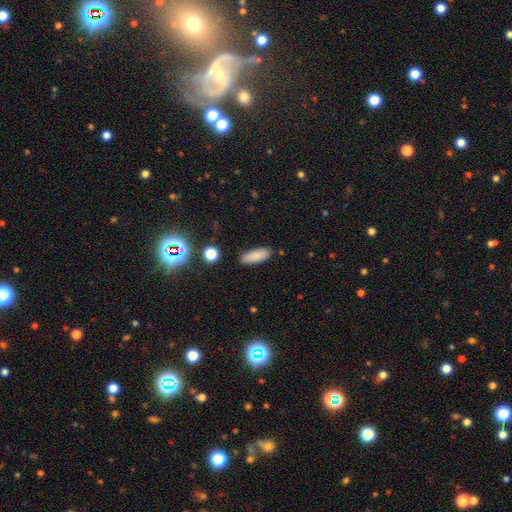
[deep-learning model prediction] Q: Smooth or featured?
A: smooth (84%); runner-up: star or artifact (9%)
Q: How rounded?
A: in between (67%); runner-up: cigar-shaped (31%)
Q: Merging?
A: none (86%); runner-up: minor disturbance (10%)